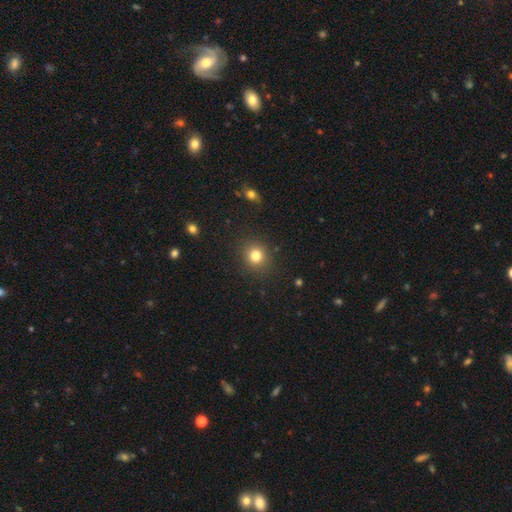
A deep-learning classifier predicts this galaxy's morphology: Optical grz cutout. It shows a smooth galaxy with no disk features (81%) that is round (84%). Merging: none (88%).